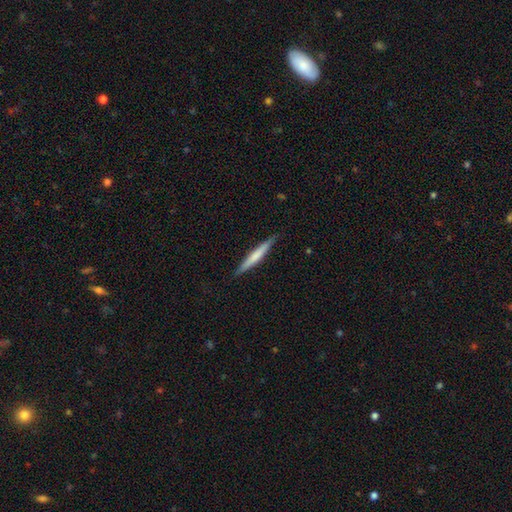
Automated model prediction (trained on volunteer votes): Q: Smooth or featured?
A: smooth (55%); runner-up: featured or disk (40%)
Q: How rounded?
A: cigar-shaped (95%); runner-up: in between (4%)
Q: Merging?
A: none (89%); runner-up: minor disturbance (8%)